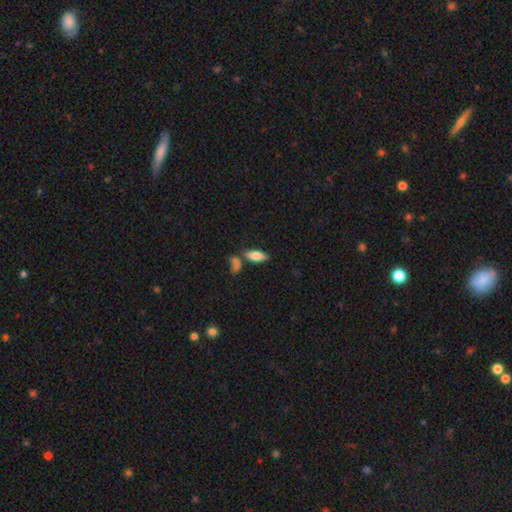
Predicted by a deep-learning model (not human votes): smooth 76%, featured or disk 16%, star or artifact 7%. Down the decision tree: how rounded — in between (82%); merging — none (61%).